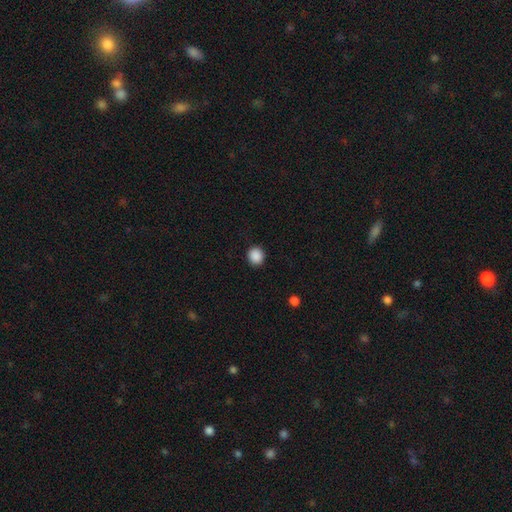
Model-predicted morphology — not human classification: Smooth or featured? Predicted: smooth (p=0.89). How rounded? Predicted: round (p=0.87). Merging? Predicted: none (p=0.91).